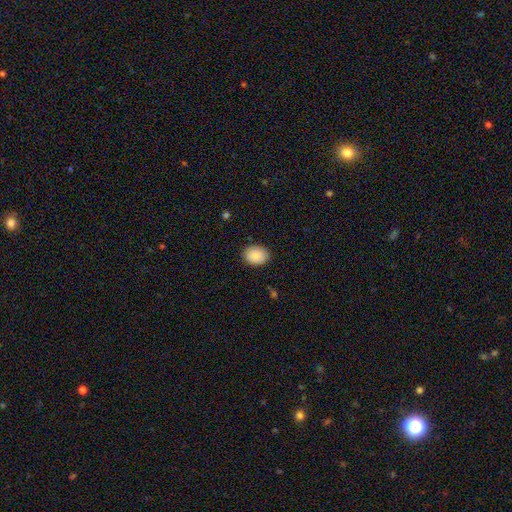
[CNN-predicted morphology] Smooth or featured: smooth — 87% (star or artifact — 8%)
How rounded: in between — 63% (round — 36%)
Merging: none — 87% (minor disturbance — 10%)